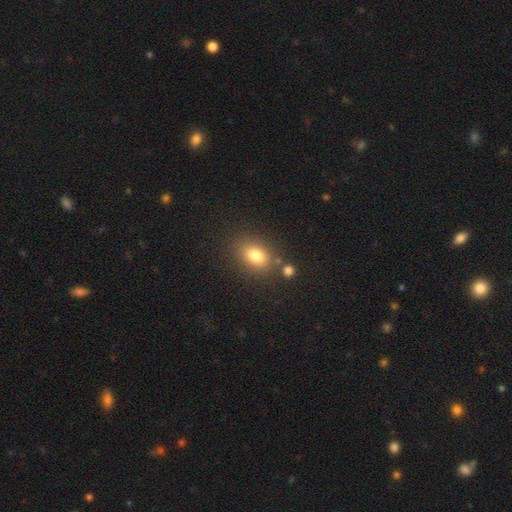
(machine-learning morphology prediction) Smooth or featured? Predicted: smooth (p=0.80). How rounded? Predicted: in between (p=0.73). Merging? Predicted: none (p=0.77).